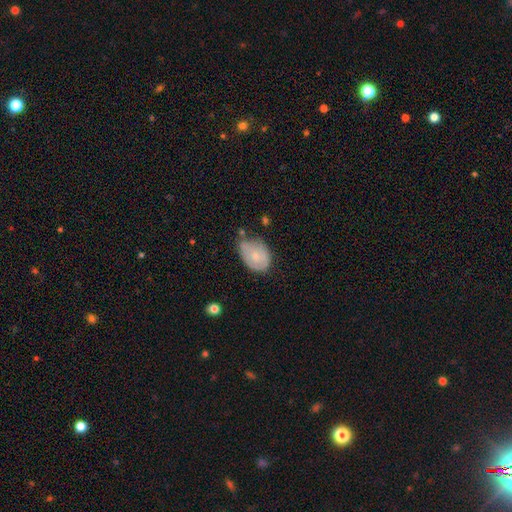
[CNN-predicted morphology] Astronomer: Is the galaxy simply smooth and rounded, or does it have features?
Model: smooth — 65%.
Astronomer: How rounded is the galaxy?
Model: in between — 79%.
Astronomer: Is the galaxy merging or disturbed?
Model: none — 45% (runner-up: minor disturbance, 39%).